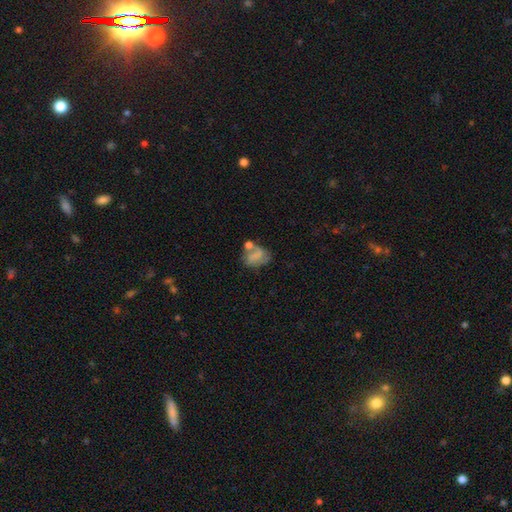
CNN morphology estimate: This is possibly a smooth galaxy (48%). Merging: marginally none (31%).